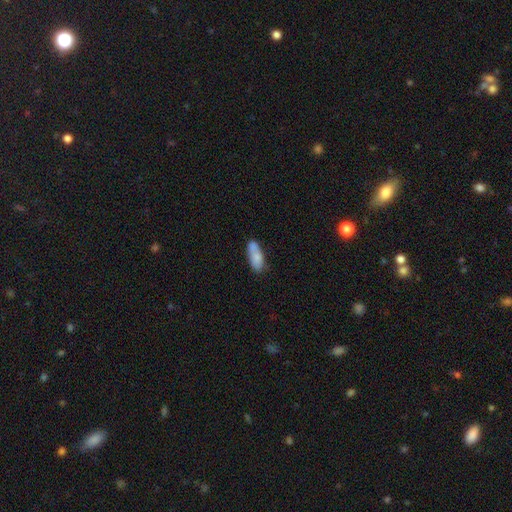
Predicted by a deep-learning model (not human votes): Smooth or featured: smooth — 77% (featured or disk — 16%)
How rounded: in between — 72% (cigar-shaped — 26%)
Merging: none — 54% (minor disturbance — 21%)